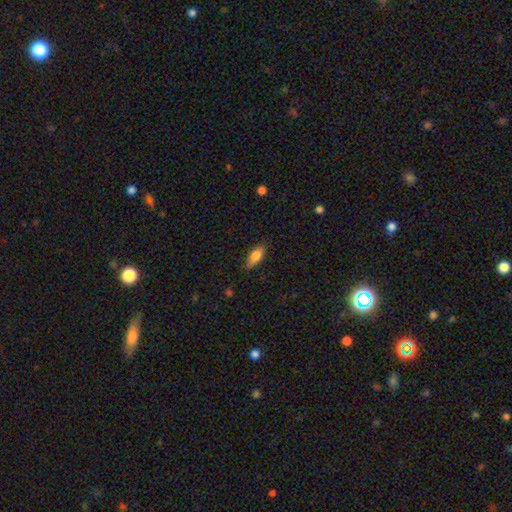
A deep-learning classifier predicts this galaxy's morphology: The model was most divided on "merging": none: 76%, minor disturbance: 19%, major disturbance: 4%, merger: 1%. More confident: smooth or featured — smooth (79%); how rounded — in between (77%).